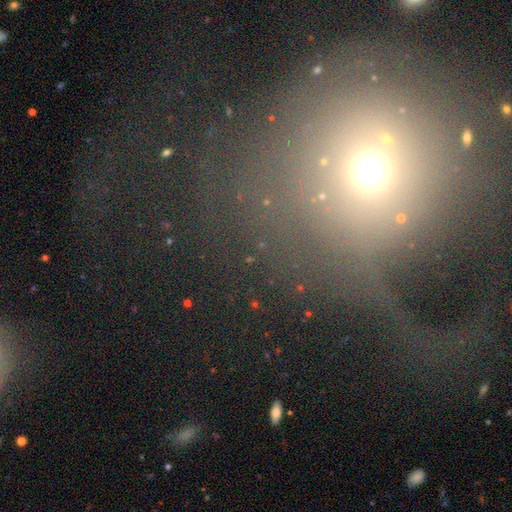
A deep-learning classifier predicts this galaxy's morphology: Smooth or featured? Predicted: smooth (p=0.46). Merging? Predicted: major disturbance (p=0.42).